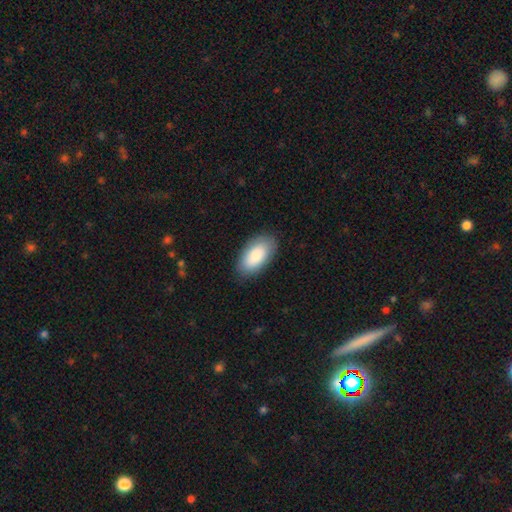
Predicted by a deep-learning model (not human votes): The model was most divided on "merging": none: 85%, minor disturbance: 11%, major disturbance: 3%, merger: 1%. More confident: how rounded — in between (95%); smooth or featured — smooth (85%).